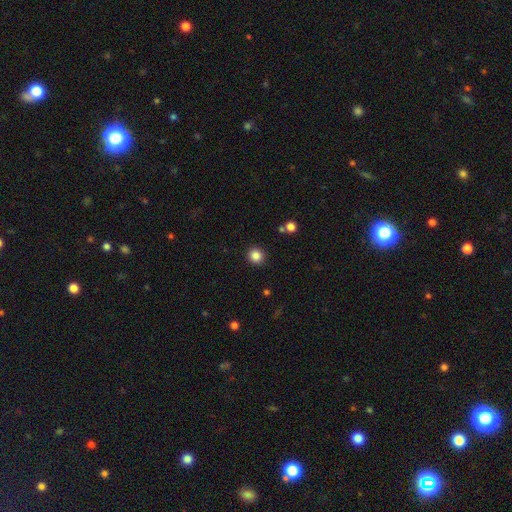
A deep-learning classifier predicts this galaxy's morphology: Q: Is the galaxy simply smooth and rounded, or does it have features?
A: smooth — 85%.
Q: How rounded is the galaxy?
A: round — 90%.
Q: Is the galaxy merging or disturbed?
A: none — 91%.